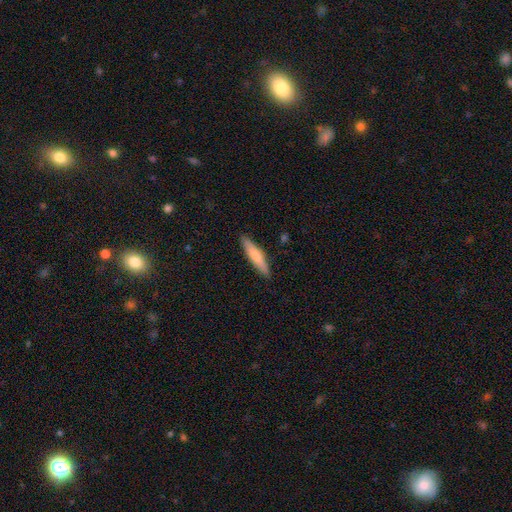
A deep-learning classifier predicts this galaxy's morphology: Overall: smooth (72%). How rounded: cigar-shaped (86%). Merging: none (89%).